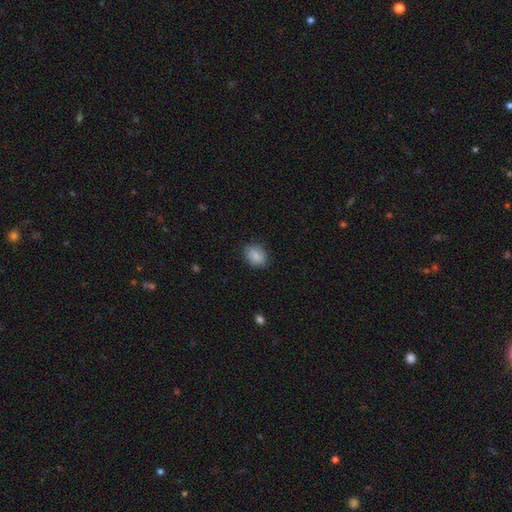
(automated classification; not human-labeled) Morphology: type=smooth (87%); roundness=in between (63%); merging=none (84%).